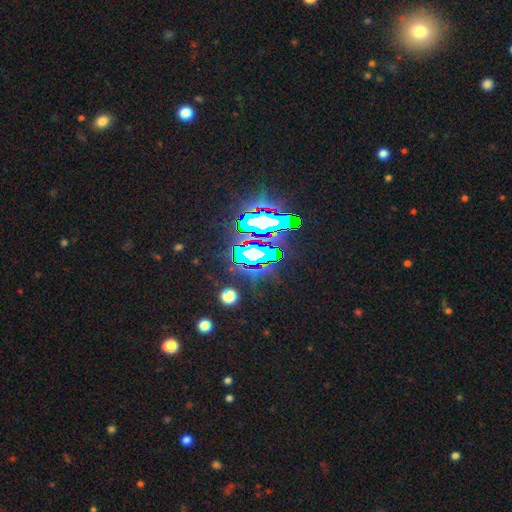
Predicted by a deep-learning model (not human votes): Smooth or featured? Predicted: star or artifact (p=0.79).